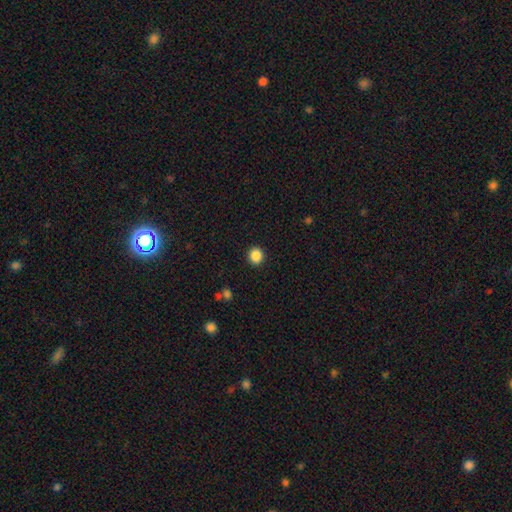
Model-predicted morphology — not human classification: smooth_or_featured: smooth (p=0.87) [alt: star or artifact p=0.10]
how_rounded: round (p=0.89) [alt: in between p=0.10]
merging: none (p=0.92) [alt: minor disturbance p=0.05]